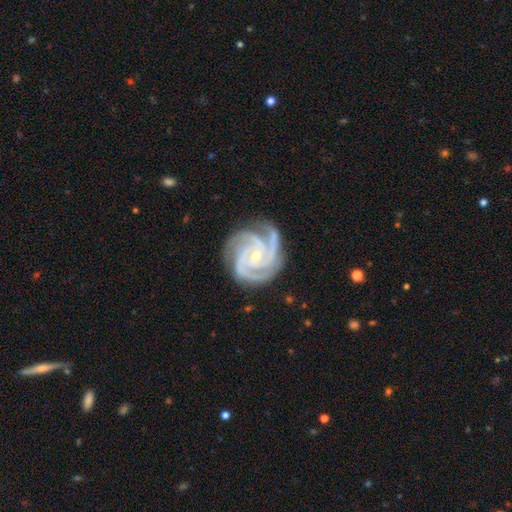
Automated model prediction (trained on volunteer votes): Smooth or featured: featured or disk — 94% (star or artifact — 4%)
Edge-on disk: no — 98% (yes — 2%)
Bar: no — 67% (weak — 21%)
Spiral arms: yes — 99% (no — 1%)
Spiral winding: tight — 71% (medium — 27%)
Spiral arm count: 3 — 66% (4 — 20%)
Bulge size: small — 75% (moderate — 22%)
Merging: none — 78% (minor disturbance — 16%)